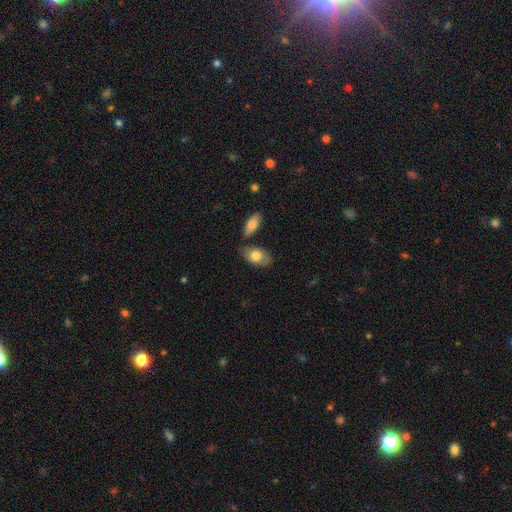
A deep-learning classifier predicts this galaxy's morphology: smooth-or-featured: smooth: 77% | featured or disk: 17% | star or artifact: 6%
  how-rounded: in between: 91% | round: 6% | cigar-shaped: 2%
  merging: none: 67% | minor disturbance: 16% | merger: 13% | major disturbance: 4%